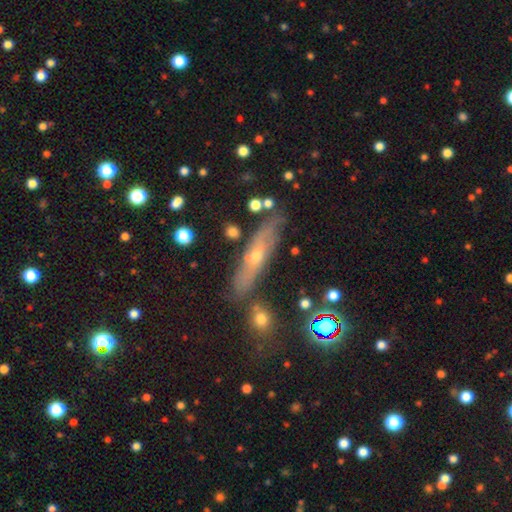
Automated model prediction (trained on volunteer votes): smooth_or_featured: featured or disk (p=0.52) [alt: smooth p=0.32]
disk_edge_on: yes (p=0.72) [alt: no p=0.28]
merging: none (p=0.74) [alt: minor disturbance p=0.14]